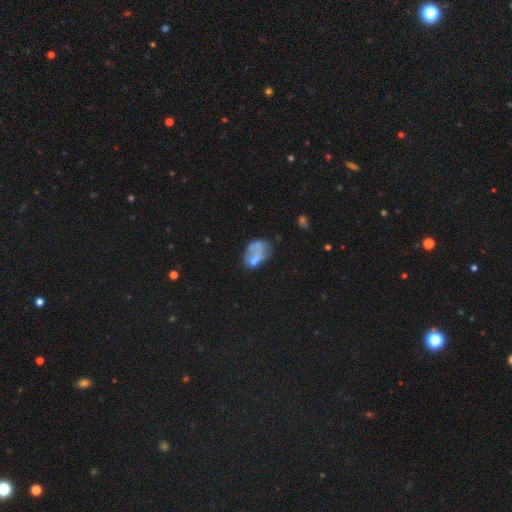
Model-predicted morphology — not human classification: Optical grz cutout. It shows a smooth galaxy with no disk features (46%). Merging: none (33%).